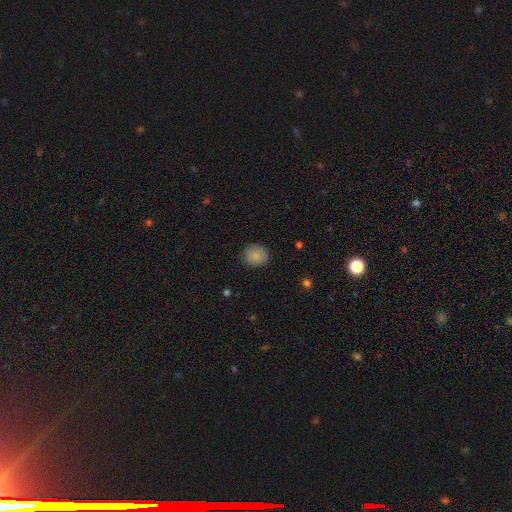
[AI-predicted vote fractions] A smooth galaxy with no disk features (86%) that is round (83%). Merging: none (87%).